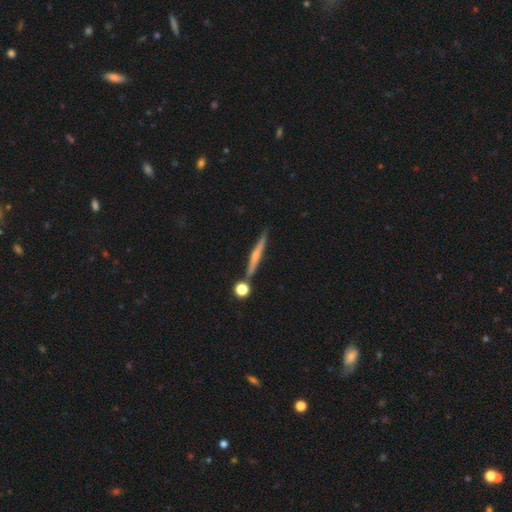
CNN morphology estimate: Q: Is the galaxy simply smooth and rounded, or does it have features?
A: featured or disk — 53%.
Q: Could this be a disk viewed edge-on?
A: yes — 95%.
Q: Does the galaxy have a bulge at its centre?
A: rounded — 54%.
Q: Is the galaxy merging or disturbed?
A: none — 78%.